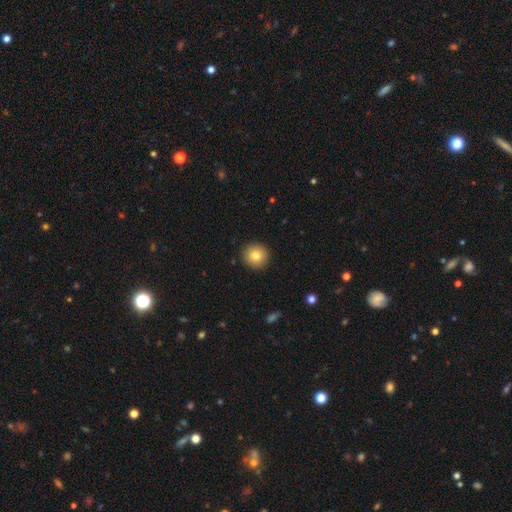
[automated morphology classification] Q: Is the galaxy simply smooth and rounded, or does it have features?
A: smooth — 81%.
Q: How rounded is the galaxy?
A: round — 94%.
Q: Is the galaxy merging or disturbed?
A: none — 92%.